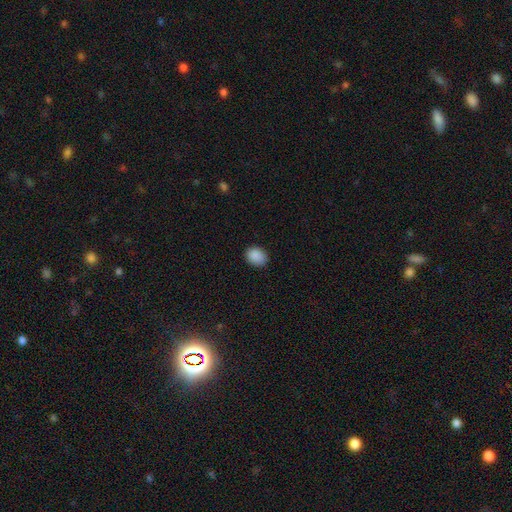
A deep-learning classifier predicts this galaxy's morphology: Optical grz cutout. It shows a smooth galaxy with no disk features (89%) that is in between round and cigar-shaped (60%). Merging: none (87%).